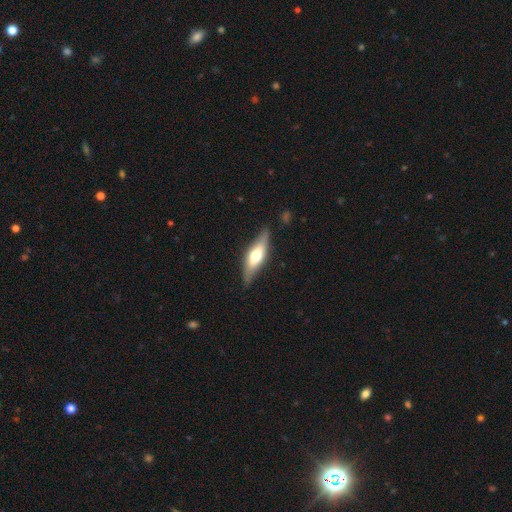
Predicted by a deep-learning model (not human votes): Smooth or featured?
  - featured or disk: 55% *
  - smooth: 40%
  - star or artifact: 5%
Edge-on disk?
  - yes: 85% *
  - no: 15%
Merging?
  - none: 81% *
  - minor disturbance: 14%
  - major disturbance: 3%
  - merger: 1%